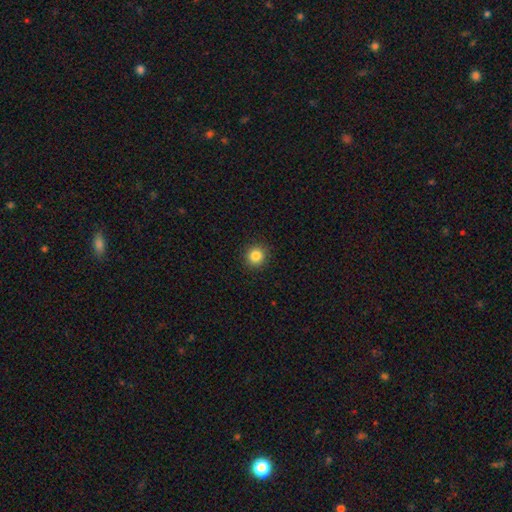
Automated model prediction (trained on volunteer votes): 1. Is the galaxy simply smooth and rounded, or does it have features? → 85% smooth, 11% star or artifact, 4% featured or disk.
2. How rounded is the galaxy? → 93% round, 6% in between, 1% cigar-shaped.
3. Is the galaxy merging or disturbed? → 92% none, 6% minor disturbance, 2% major disturbance, 1% merger.